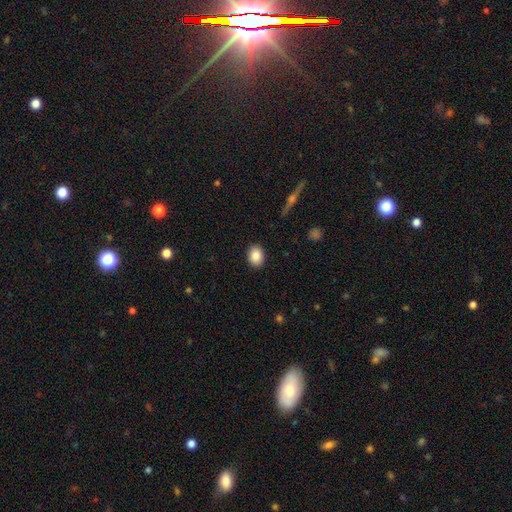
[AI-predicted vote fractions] Smooth or featured? smooth (86%)
How rounded? in between (65%)
Merging? none (90%)